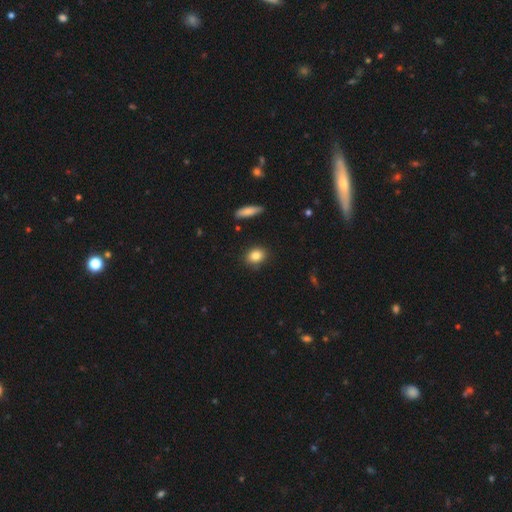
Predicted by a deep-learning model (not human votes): Smooth or featured: smooth — 85% (star or artifact — 8%)
How rounded: in between — 56% (round — 42%)
Merging: none — 85% (minor disturbance — 10%)